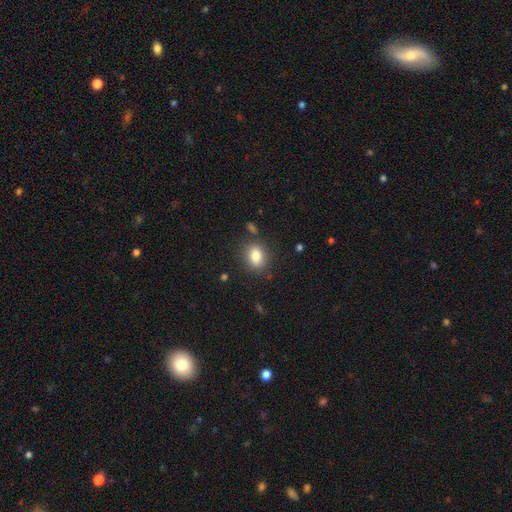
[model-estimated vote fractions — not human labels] smooth-or-featured: smooth: 83% | star or artifact: 9% | featured or disk: 8%
  how-rounded: in between: 67% | round: 31% | cigar-shaped: 2%
  merging: none: 81% | minor disturbance: 11% | merger: 4% | major disturbance: 3%